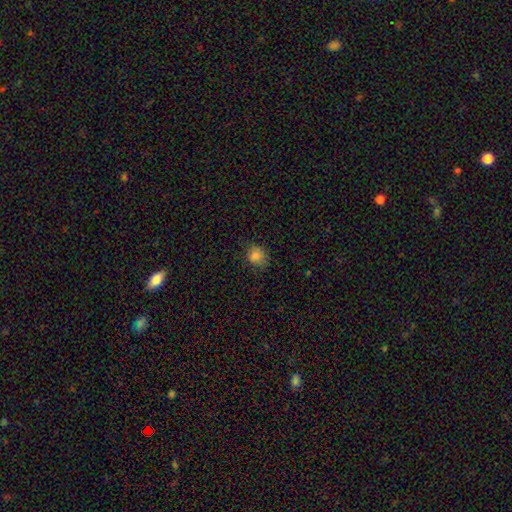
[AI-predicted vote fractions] Q: Smooth or featured?
A: smooth (83%); runner-up: star or artifact (11%)
Q: How rounded?
A: round (73%); runner-up: in between (26%)
Q: Merging?
A: none (76%); runner-up: minor disturbance (18%)